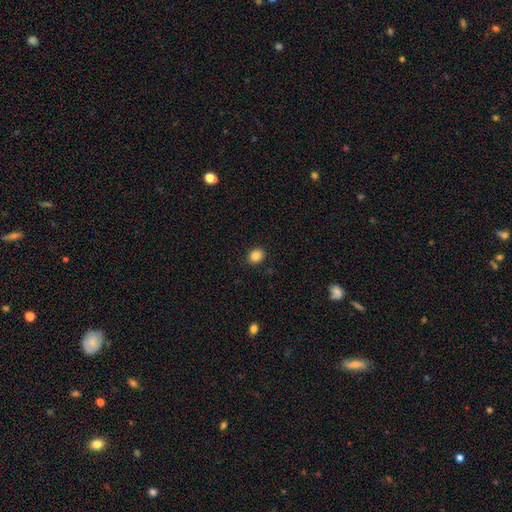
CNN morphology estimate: A smooth galaxy with no disk features (85%) that is round (63%). Merging: none (90%).